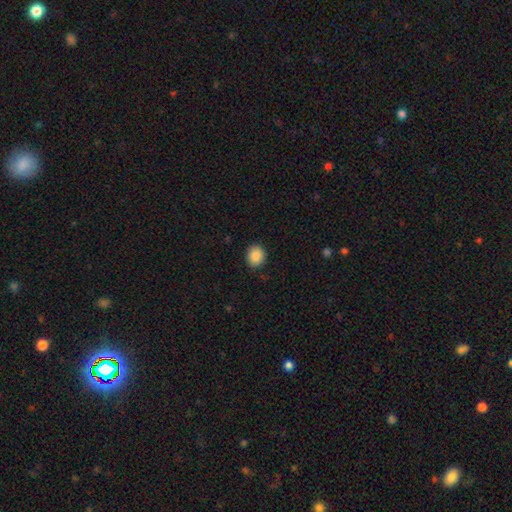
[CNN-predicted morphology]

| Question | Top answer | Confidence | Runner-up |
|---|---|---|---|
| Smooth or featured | smooth | 88% | star or artifact (8%) |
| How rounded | round | 69% | in between (30%) |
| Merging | none | 89% | minor disturbance (8%) |